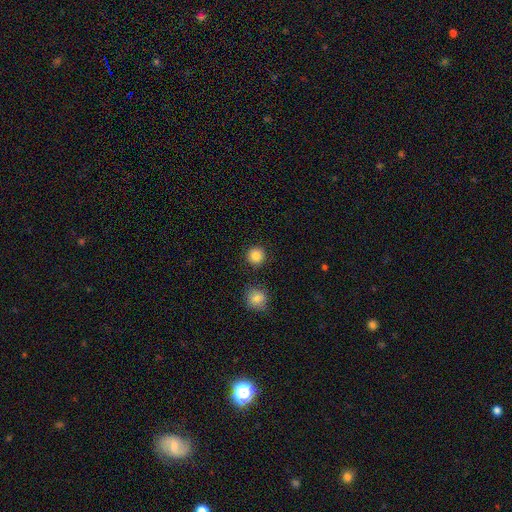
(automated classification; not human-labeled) The model was most divided on "smooth or featured": smooth: 85%, star or artifact: 11%, featured or disk: 4%. More confident: how rounded — round (94%); merging — none (90%).